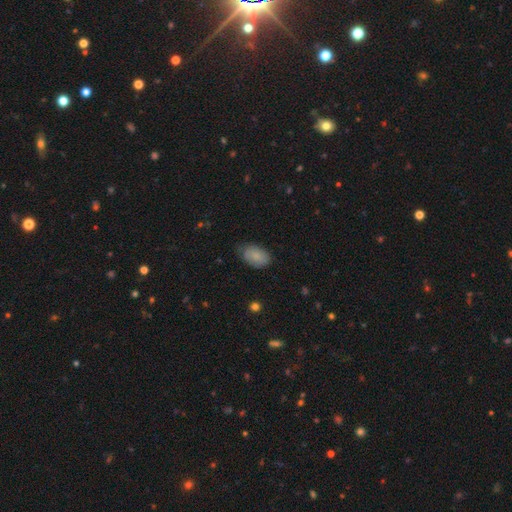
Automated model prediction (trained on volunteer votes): smooth-or-featured: smooth: 80% | featured or disk: 13% | star or artifact: 7%
  how-rounded: in between: 91% | round: 7% | cigar-shaped: 1%
  merging: none: 71% | minor disturbance: 23% | major disturbance: 5% | merger: 1%